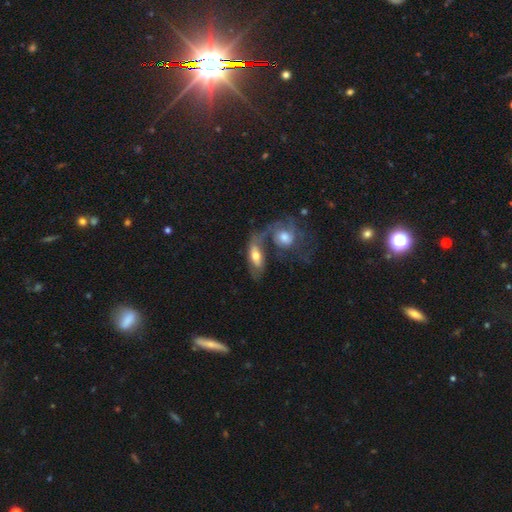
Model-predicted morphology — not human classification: Smooth or featured?
  - featured or disk: 50% *
  - smooth: 44%
  - star or artifact: 7%
Merging?
  - merger: 49% *
  - none: 26%
  - minor disturbance: 13%
  - major disturbance: 12%